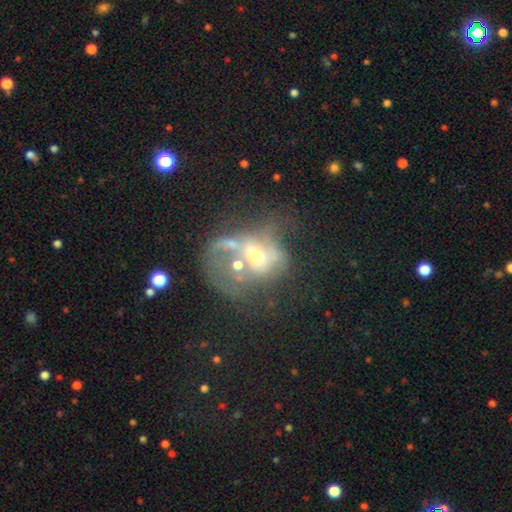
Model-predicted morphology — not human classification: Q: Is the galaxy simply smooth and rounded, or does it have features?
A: featured or disk — 59%.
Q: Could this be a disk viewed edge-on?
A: no — 97%.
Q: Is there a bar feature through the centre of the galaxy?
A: no — 76%.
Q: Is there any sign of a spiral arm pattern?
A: no — 65%.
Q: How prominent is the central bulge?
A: moderate — 54%.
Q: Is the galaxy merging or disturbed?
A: major disturbance — 37%.